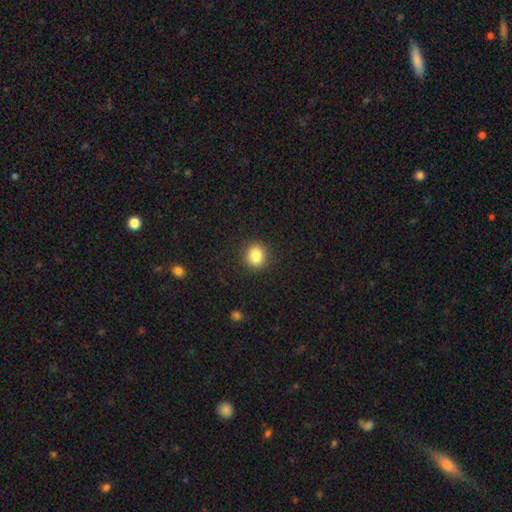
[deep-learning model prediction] Smooth or featured? Predicted: smooth (p=0.84). How rounded? Predicted: round (p=0.82). Merging? Predicted: none (p=0.91).